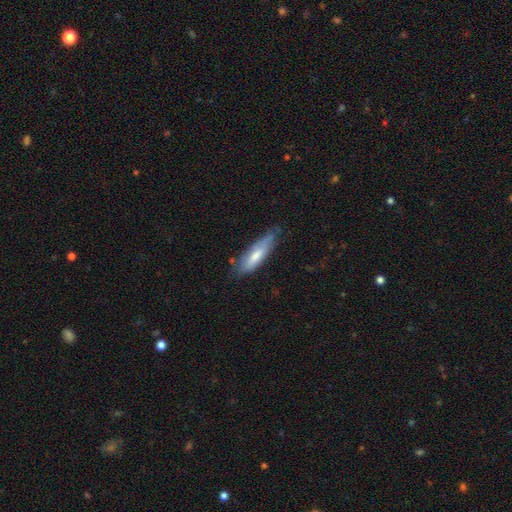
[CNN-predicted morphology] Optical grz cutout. It shows a smooth galaxy with no disk features (62%) that is cigar-shaped (62%). Merging: none (63%).